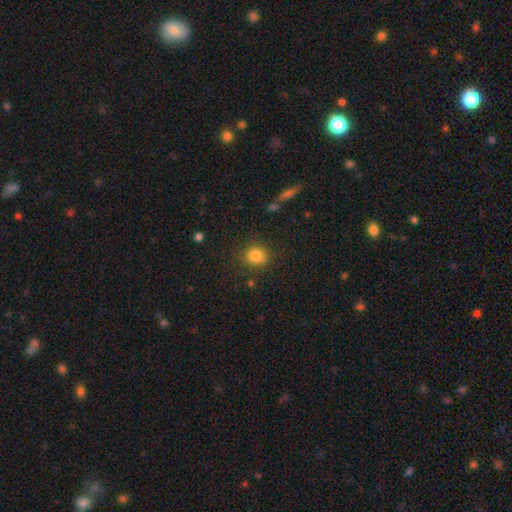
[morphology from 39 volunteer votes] Smooth or featured: smooth — 90% (star or artifact — 10%)
How rounded: round — 83% (in between — 17%)
Merging: none — 94% (minor disturbance — 3%)